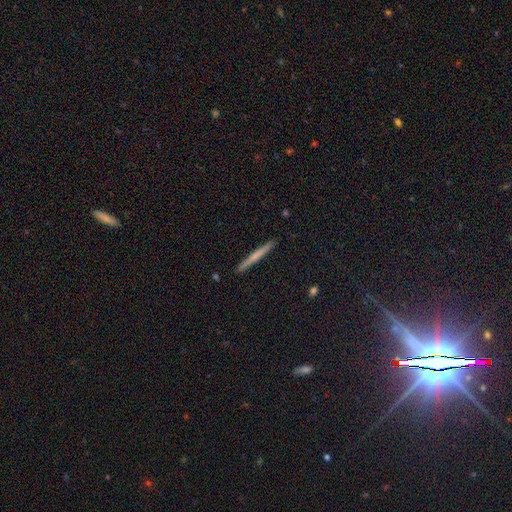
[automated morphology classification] smooth_or_featured: smooth (p=0.53) [alt: featured or disk p=0.40]
how_rounded: cigar-shaped (p=0.97) [alt: in between p=0.02]
merging: none (p=0.92) [alt: minor disturbance p=0.06]